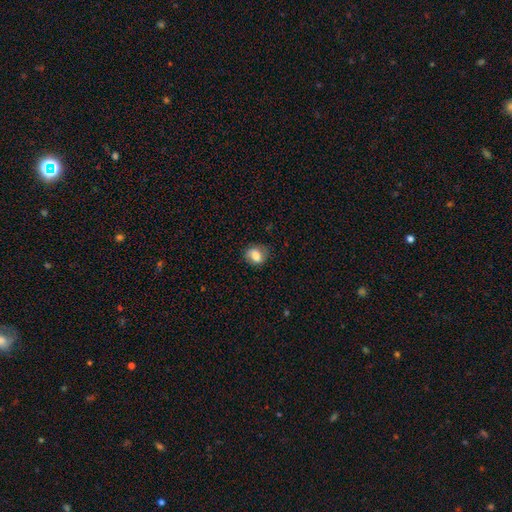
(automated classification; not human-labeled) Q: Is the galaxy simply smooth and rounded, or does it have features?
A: smooth — 75%.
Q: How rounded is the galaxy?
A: round — 50%.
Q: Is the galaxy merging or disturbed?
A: none — 75%.